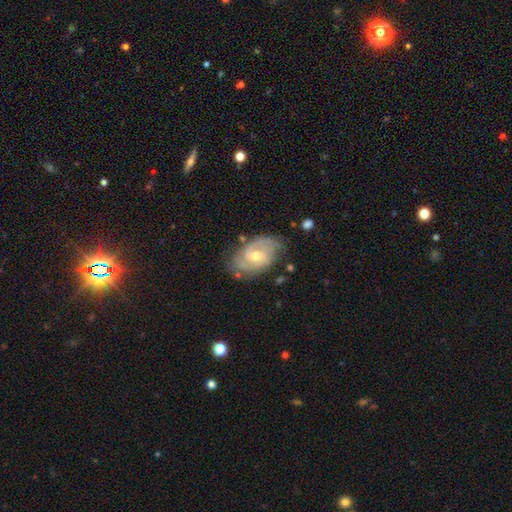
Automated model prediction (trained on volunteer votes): Smooth or featured?
  - featured or disk: 81% *
  - smooth: 13%
  - star or artifact: 6%
Edge-on disk?
  - no: 96% *
  - yes: 4%
Bar?
  - no: 56% *
  - weak: 37%
  - strong: 7%
Spiral arms?
  - yes: 93% *
  - no: 7%
Spiral winding?
  - tight: 51% *
  - medium: 38%
  - loose: 11%
Spiral arm count?
  - 2: 54% *
  - can't tell: 23%
  - 3: 13%
  - 4: 4%
  - 1: 3%
  - more than 4: 3%
Bulge size?
  - moderate: 53% *
  - small: 44%
  - large: 2%
  - none: 1%
  - dominant: 1%
Merging?
  - none: 70% *
  - minor disturbance: 21%
  - major disturbance: 7%
  - merger: 2%